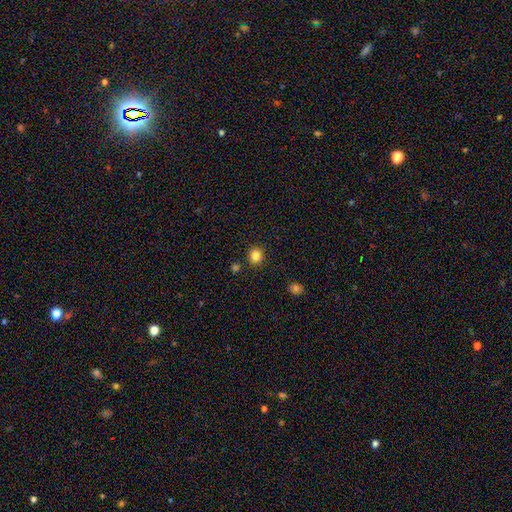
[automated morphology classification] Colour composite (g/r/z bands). It shows a smooth galaxy with no disk features (84%) that is round (88%). Merging: none (90%).